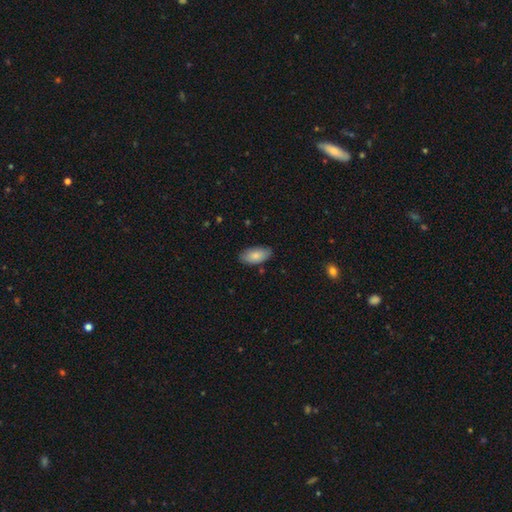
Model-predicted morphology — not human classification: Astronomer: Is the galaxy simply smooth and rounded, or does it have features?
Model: smooth — 83%.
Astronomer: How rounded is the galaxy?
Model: in between — 93%.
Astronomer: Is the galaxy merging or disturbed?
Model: none — 83%.